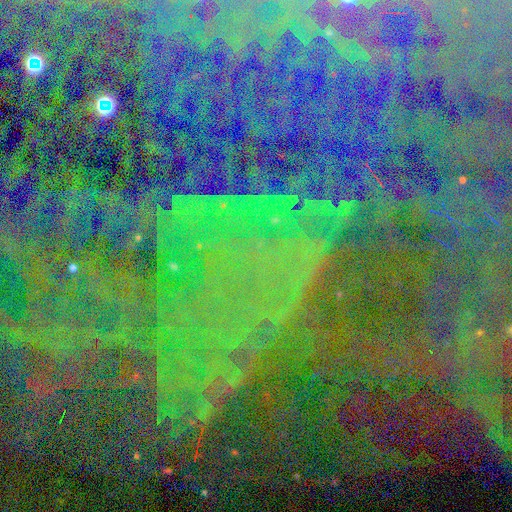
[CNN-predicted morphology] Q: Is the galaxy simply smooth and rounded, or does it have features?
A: star or artifact — 87%.